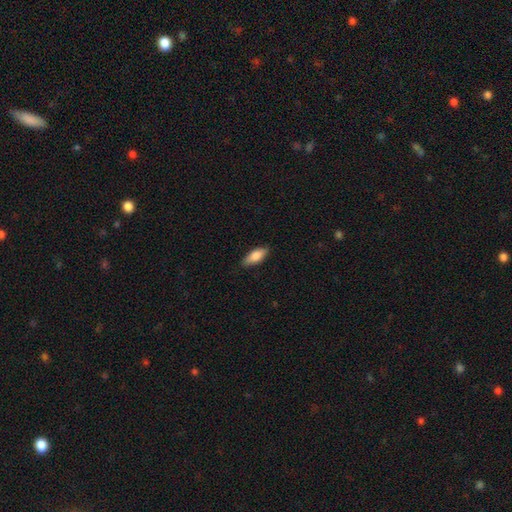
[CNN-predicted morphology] smooth_or_featured: smooth (p=0.83) [alt: featured or disk p=0.12]
how_rounded: in between (p=0.78) [alt: cigar-shaped p=0.20]
merging: none (p=0.86) [alt: minor disturbance p=0.11]